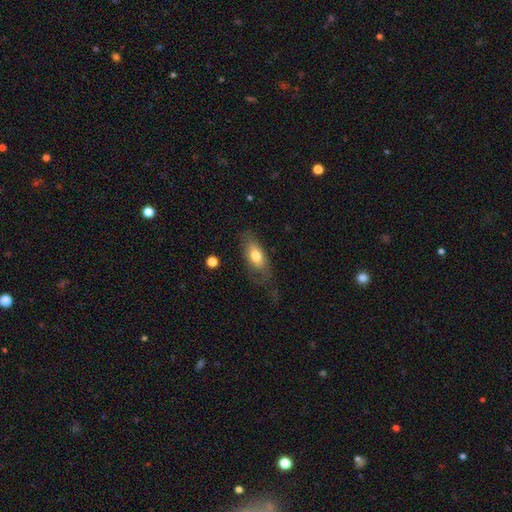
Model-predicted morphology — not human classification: This is likely a smooth galaxy (71%). How rounded: clearly in between (85%). Merging: possibly none (52%).